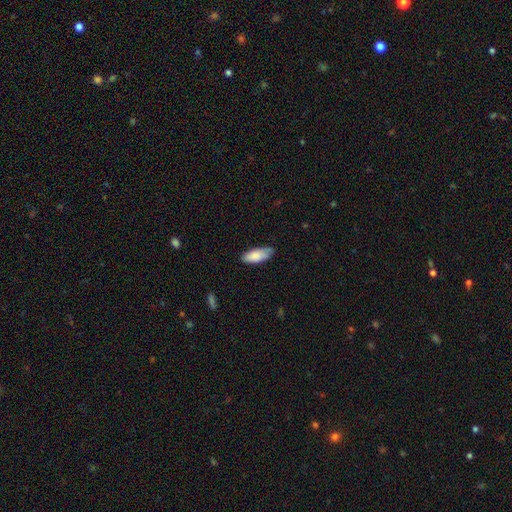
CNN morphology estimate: Q: Smooth or featured?
A: smooth (84%); runner-up: featured or disk (10%)
Q: How rounded?
A: in between (78%); runner-up: cigar-shaped (21%)
Q: Merging?
A: none (69%); runner-up: minor disturbance (26%)